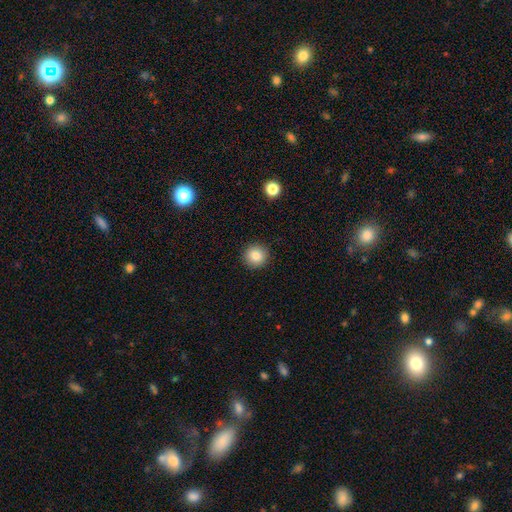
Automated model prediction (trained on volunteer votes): This appears to be a smooth galaxy with no disk features (84%) that is round (94%). Merging: none (92%).